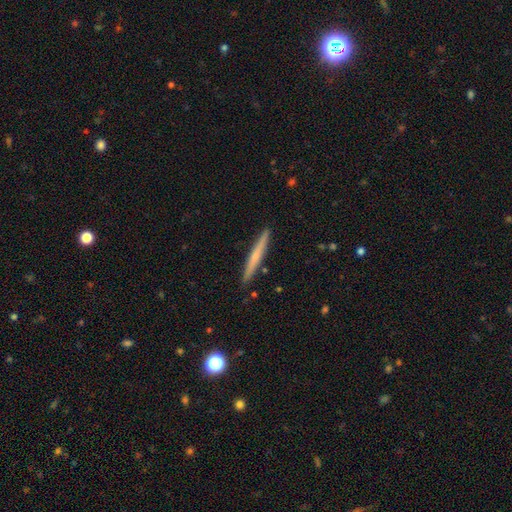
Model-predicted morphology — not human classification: A smooth galaxy with no disk features (52%) that is cigar-shaped (96%). Merging: none (91%).